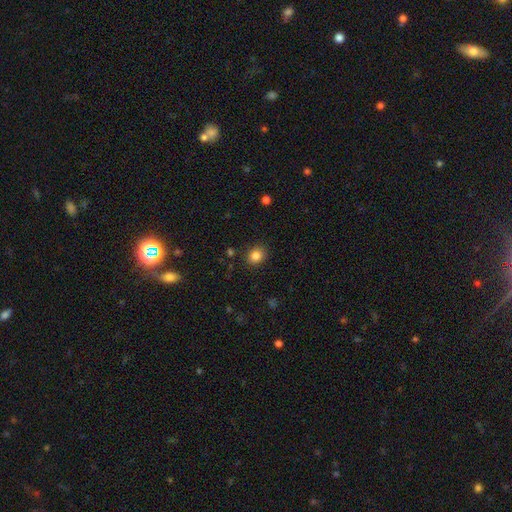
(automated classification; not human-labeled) smooth-or-featured: smooth: 84% | star or artifact: 11% | featured or disk: 5%
  how-rounded: round: 67% | in between: 32% | cigar-shaped: 1%
  merging: none: 87% | minor disturbance: 9% | major disturbance: 2% | merger: 1%